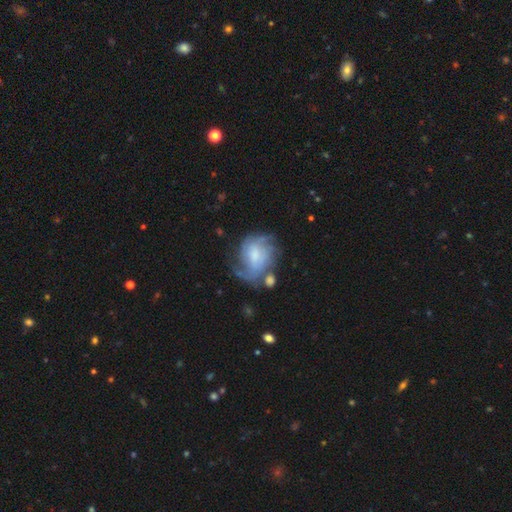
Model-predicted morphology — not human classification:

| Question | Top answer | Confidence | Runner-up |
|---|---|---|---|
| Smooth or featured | featured or disk | 67% | smooth (25%) |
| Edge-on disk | no | 97% | yes (3%) |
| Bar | no | 49% | weak (43%) |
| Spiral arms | yes | 84% | no (16%) |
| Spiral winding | medium | 40% | tight (36%) |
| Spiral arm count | can't tell | 37% | 2 (36%) |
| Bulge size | moderate | 35% | small (34%) |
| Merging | none | 50% | minor disturbance (24%) |